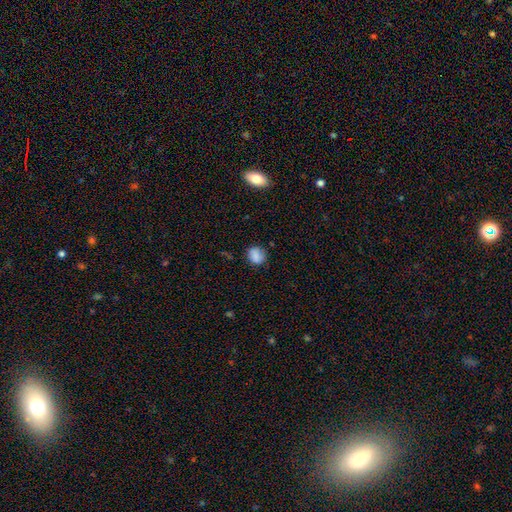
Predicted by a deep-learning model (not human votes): Smooth or featured: smooth — 82% (star or artifact — 10%)
How rounded: round — 70% (in between — 29%)
Merging: none — 74% (minor disturbance — 19%)